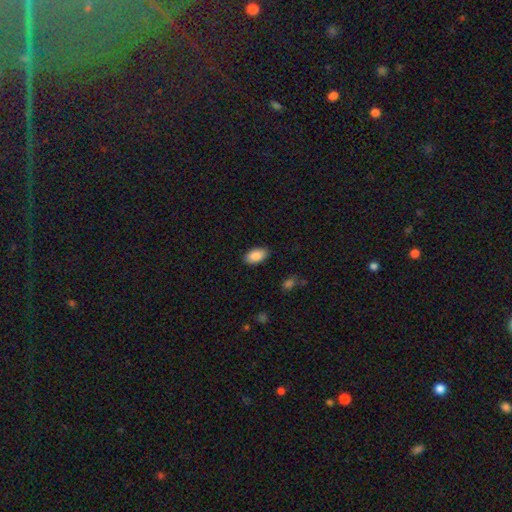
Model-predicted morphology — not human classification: This is clearly a smooth galaxy (89%). How rounded: clearly in between (94%). Merging: clearly none (86%).